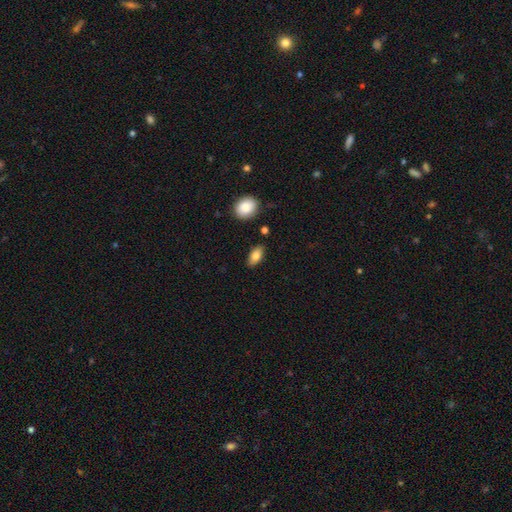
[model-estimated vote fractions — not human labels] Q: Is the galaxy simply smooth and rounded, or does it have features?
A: smooth — 81%.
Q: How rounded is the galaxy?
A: in between — 88%.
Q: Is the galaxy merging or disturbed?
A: none — 85%.